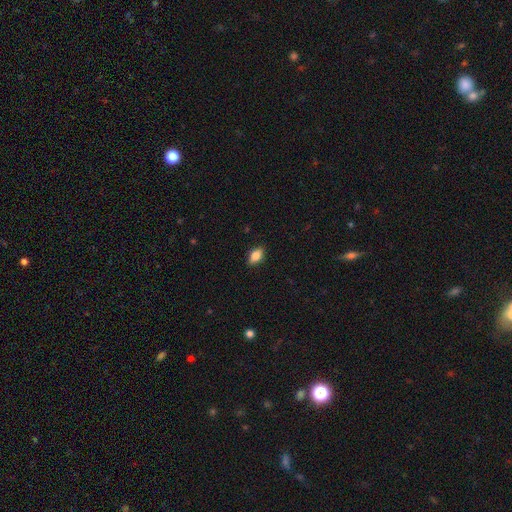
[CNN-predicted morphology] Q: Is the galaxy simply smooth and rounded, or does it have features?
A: smooth — 81%.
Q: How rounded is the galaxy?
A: in between — 88%.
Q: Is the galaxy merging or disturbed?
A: none — 87%.